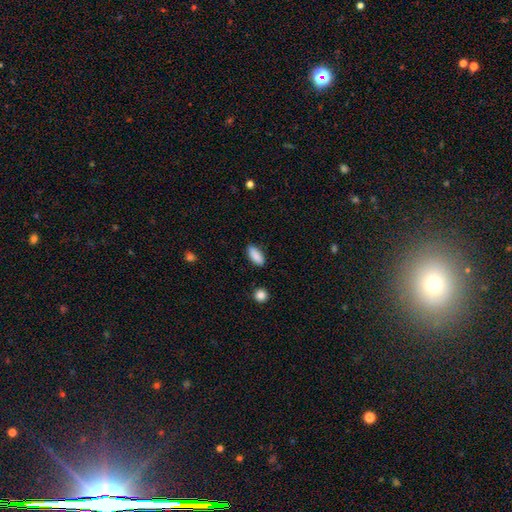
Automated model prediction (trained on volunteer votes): smooth 88%, star or artifact 7%, featured or disk 5%. Down the decision tree: how rounded — in between (79%); merging — none (86%).